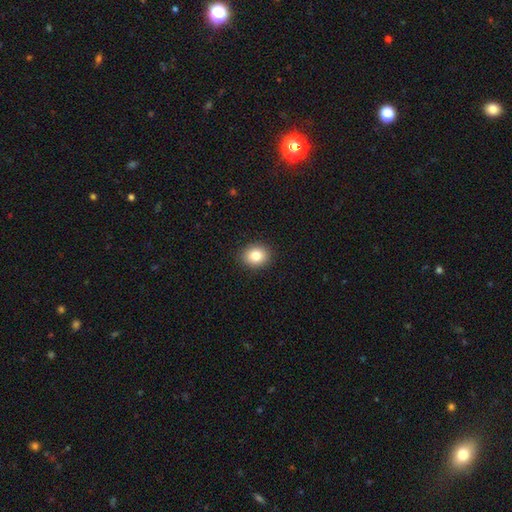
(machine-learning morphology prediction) This is clearly a smooth galaxy (82%). How rounded: likely round (62%). Merging: clearly none (91%).